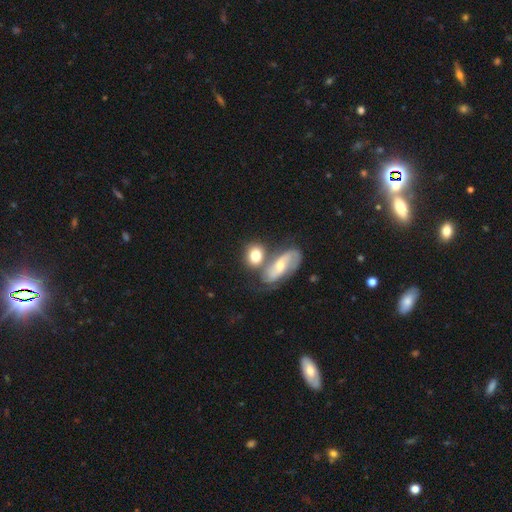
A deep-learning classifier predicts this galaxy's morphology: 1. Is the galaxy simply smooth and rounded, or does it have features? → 65% smooth, 27% featured or disk, 8% star or artifact.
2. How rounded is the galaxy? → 53% round, 44% in between, 3% cigar-shaped.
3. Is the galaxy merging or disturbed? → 42% none, 40% merger, 12% minor disturbance, 6% major disturbance.